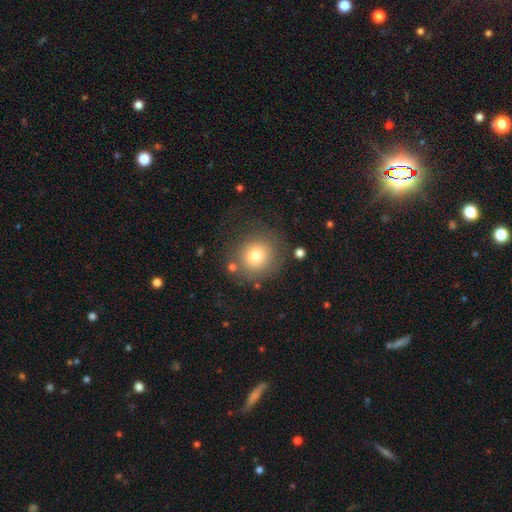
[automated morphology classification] This appears to be a smooth galaxy with no disk features (76%) that is round (89%). Merging: none (76%).